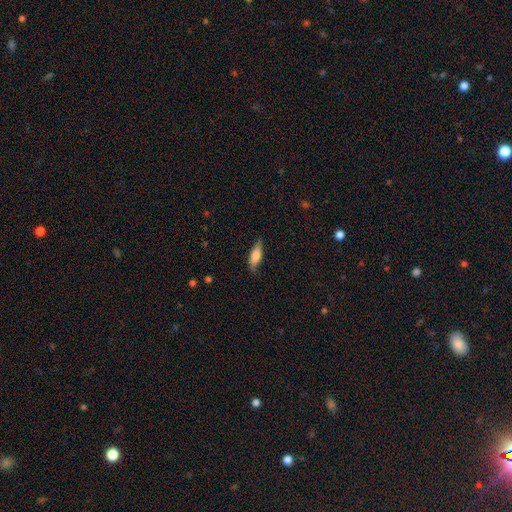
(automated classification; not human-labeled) Morphology: type=smooth (73%); roundness=in between (62%); merging=none (72%).